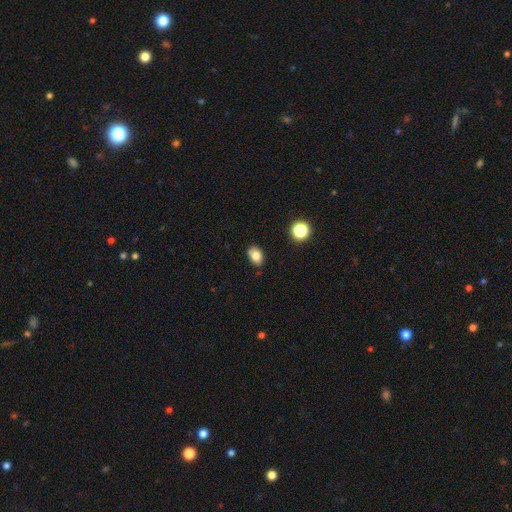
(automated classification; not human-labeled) Smooth or featured?
  - smooth: 81% *
  - star or artifact: 10%
  - featured or disk: 8%
How rounded?
  - in between: 81% *
  - round: 18%
  - cigar-shaped: 1%
Merging?
  - none: 82% *
  - minor disturbance: 14%
  - major disturbance: 2%
  - merger: 2%